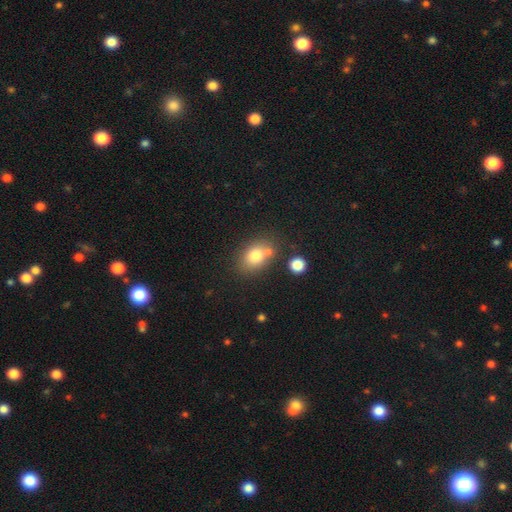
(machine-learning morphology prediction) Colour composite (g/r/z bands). It shows a smooth galaxy with no disk features (78%) that is in between round and cigar-shaped (67%). Merging: none (57%).